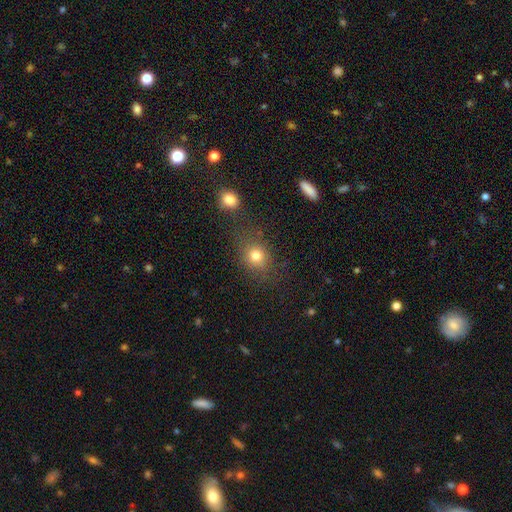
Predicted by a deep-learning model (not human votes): smooth 77%, star or artifact 14%, featured or disk 9%. Down the decision tree: how rounded — round (65%); merging — none (69%).